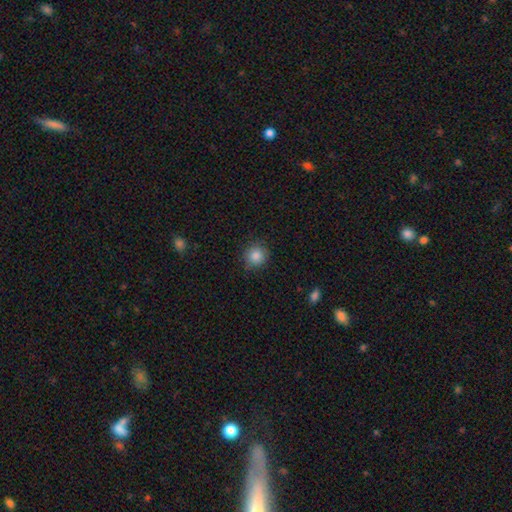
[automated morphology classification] smooth 85%, star or artifact 10%, featured or disk 4%. Down the decision tree: how rounded — round (92%); merging — none (87%).